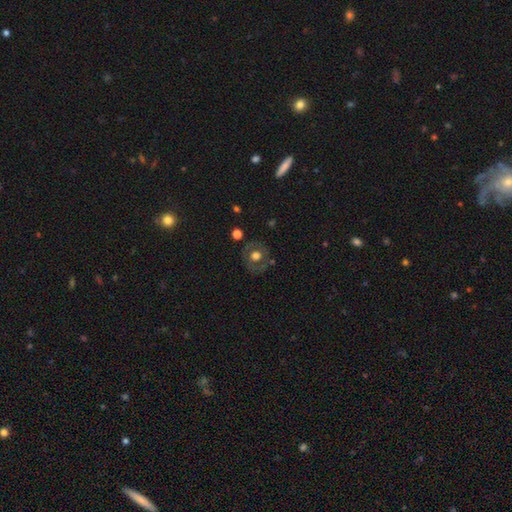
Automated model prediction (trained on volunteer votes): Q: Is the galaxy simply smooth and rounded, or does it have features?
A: smooth — 48%.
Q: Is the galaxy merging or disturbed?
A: none — 78%.